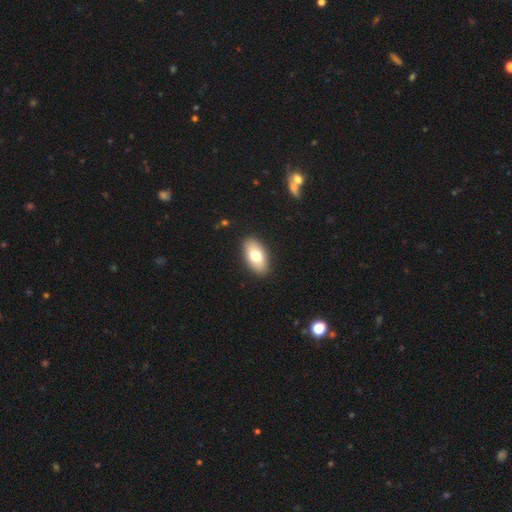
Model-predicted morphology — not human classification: Smooth or featured? Predicted: smooth (p=0.74). How rounded? Predicted: in between (p=0.93). Merging? Predicted: none (p=0.90).